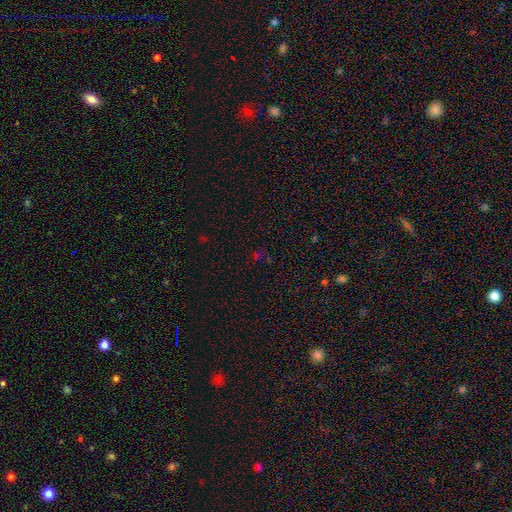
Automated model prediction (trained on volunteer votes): smooth-or-featured: star or artifact: 54% | smooth: 39% | featured or disk: 7%